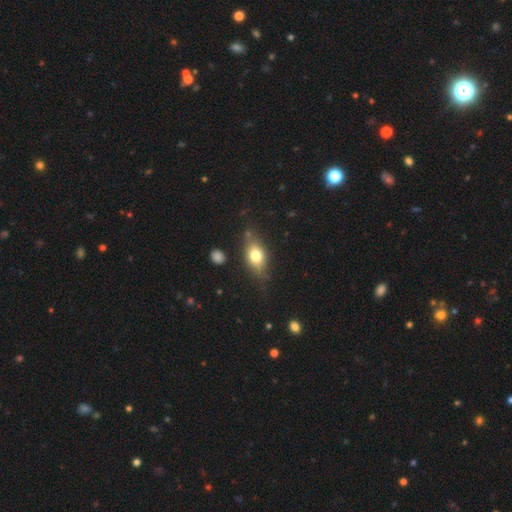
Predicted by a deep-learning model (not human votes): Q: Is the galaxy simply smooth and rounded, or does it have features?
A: smooth — 73%.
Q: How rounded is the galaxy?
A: in between — 78%.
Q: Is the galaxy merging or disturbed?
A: none — 70%.